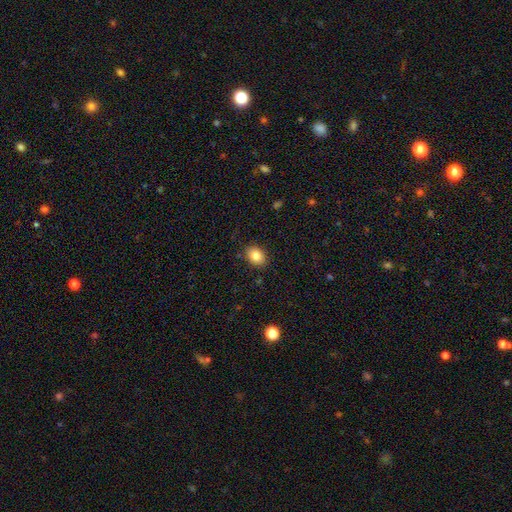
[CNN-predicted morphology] Smooth or featured? smooth (84%)
How rounded? in between (68%)
Merging? none (88%)